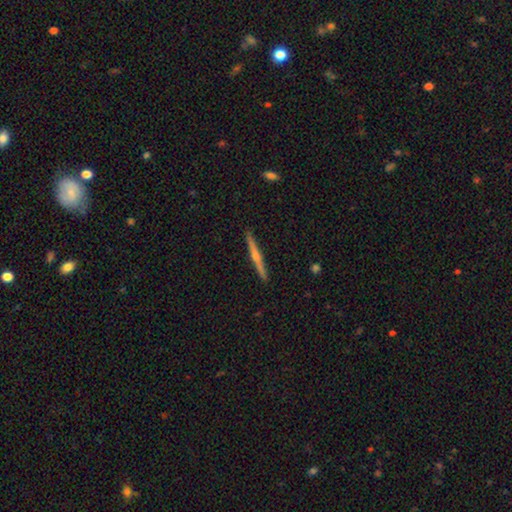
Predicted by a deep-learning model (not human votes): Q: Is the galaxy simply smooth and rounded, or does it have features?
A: featured or disk — 69%.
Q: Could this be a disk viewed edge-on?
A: yes — 97%.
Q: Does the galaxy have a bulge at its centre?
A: rounded — 78%.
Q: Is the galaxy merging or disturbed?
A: none — 90%.